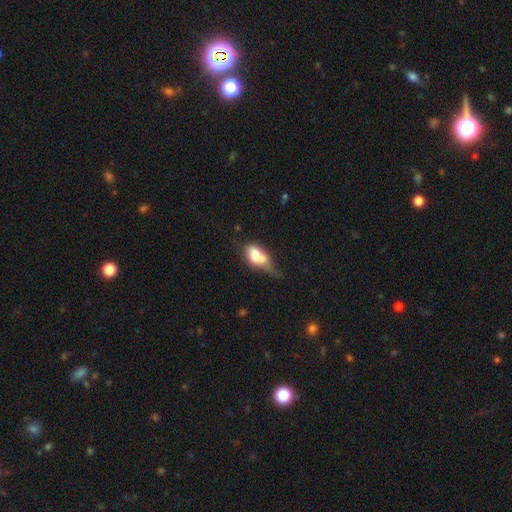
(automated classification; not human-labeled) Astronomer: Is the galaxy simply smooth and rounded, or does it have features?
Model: smooth — 65%.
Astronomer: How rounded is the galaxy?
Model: in between — 79%.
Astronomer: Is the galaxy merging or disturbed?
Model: merger — 32% (runner-up: minor disturbance, 24%).